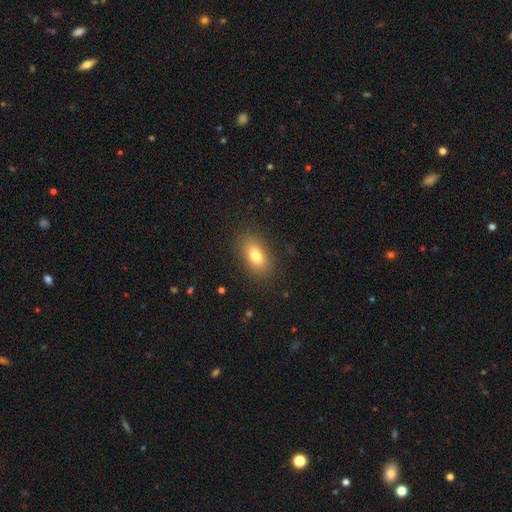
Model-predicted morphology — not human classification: A smooth galaxy with no disk features (78%) that is in between round and cigar-shaped (87%). Merging: none (86%).